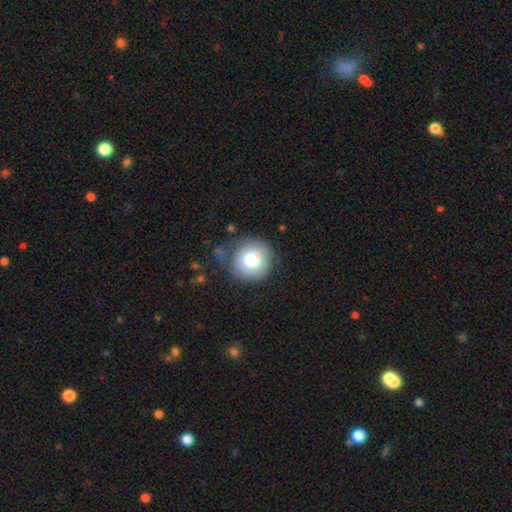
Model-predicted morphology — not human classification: Smooth or featured?
  - smooth: 79% *
  - featured or disk: 13%
  - star or artifact: 9%
How rounded?
  - round: 92% *
  - in between: 7%
  - cigar-shaped: 1%
Merging?
  - none: 73% *
  - minor disturbance: 17%
  - major disturbance: 7%
  - merger: 4%